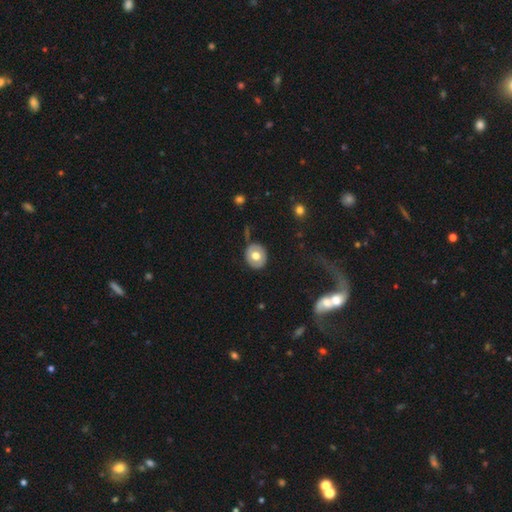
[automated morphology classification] A smooth galaxy with no disk features (61%) that is round (74%). Merging: none (83%).